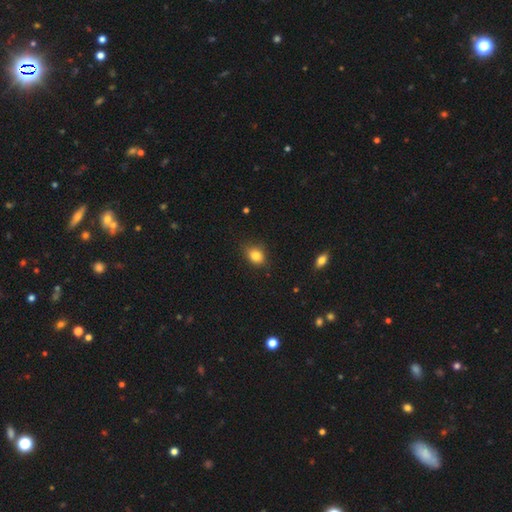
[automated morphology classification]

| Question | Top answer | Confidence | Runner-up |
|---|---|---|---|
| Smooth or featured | smooth | 82% | star or artifact (11%) |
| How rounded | in between | 61% | round (38%) |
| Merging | none | 76% | minor disturbance (19%) |